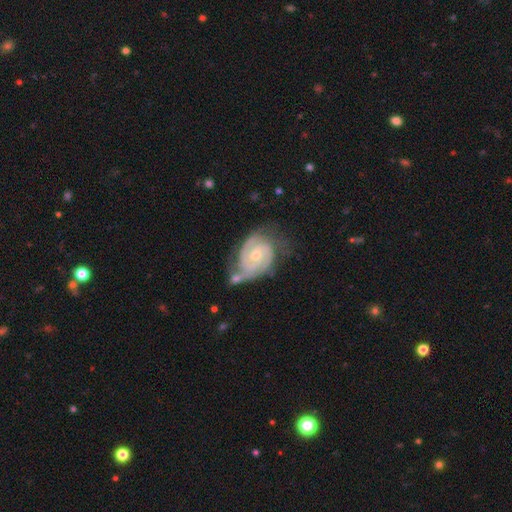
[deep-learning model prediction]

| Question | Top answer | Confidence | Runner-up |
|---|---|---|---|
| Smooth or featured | featured or disk | 89% | smooth (7%) |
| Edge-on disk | no | 98% | yes (2%) |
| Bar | no | 63% | weak (31%) |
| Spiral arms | yes | 98% | no (2%) |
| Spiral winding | tight | 64% | medium (31%) |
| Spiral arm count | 2 | 53% | 3 (26%) |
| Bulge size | small | 60% | moderate (37%) |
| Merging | none | 49% | minor disturbance (26%) |